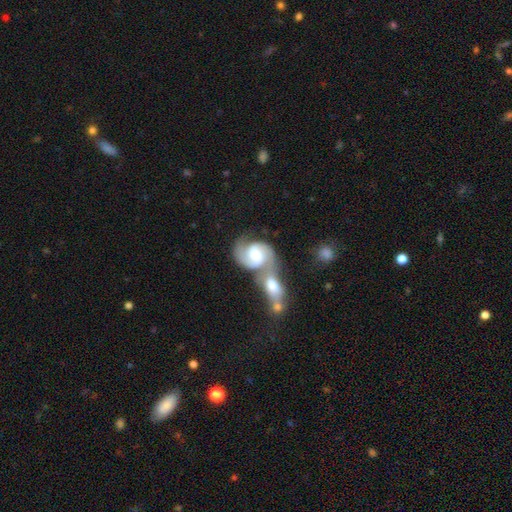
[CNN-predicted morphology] Smooth or featured? Predicted: featured or disk (p=0.82). Edge-on disk? Predicted: no (p=0.97). Bar? Predicted: weak (p=0.44). Spiral arms? Predicted: yes (p=0.96). Spiral winding? Predicted: medium (p=0.54). Spiral arm count? Predicted: 2 (p=0.90). Bulge size? Predicted: moderate (p=0.66). Merging? Predicted: merger (p=0.69).